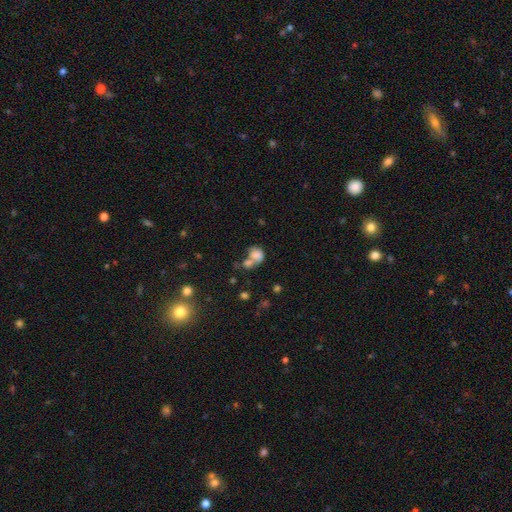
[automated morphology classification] smooth_or_featured: smooth (p=0.73) [alt: featured or disk p=0.16]
how_rounded: in between (p=0.54) [alt: round p=0.45]
merging: merger (p=0.56) [alt: none p=0.24]